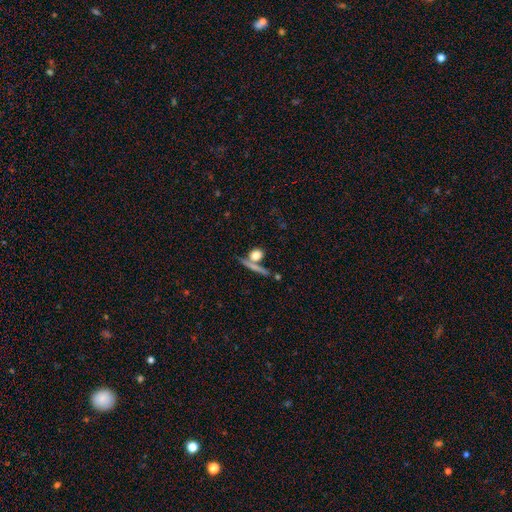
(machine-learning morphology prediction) smooth 73%, featured or disk 16%, star or artifact 10%. Down the decision tree: how rounded — round (56%); merging — none (62%).